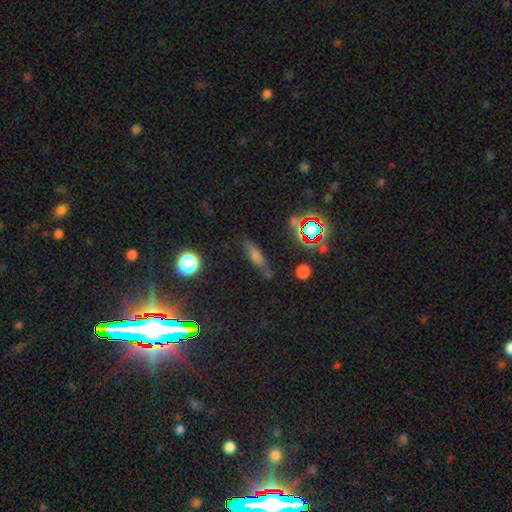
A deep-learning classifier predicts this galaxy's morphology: Q: Smooth or featured?
A: smooth (56%); runner-up: featured or disk (24%)
Q: How rounded?
A: cigar-shaped (62%); runner-up: in between (31%)
Q: Merging?
A: none (73%); runner-up: minor disturbance (17%)